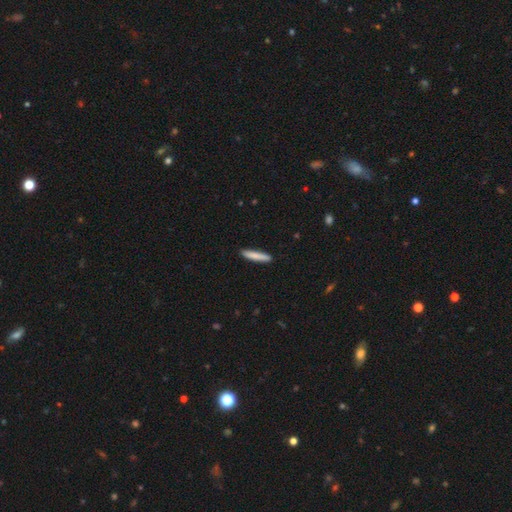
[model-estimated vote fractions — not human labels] Q: Smooth or featured?
A: smooth (83%); runner-up: featured or disk (11%)
Q: How rounded?
A: cigar-shaped (92%); runner-up: in between (6%)
Q: Merging?
A: none (91%); runner-up: minor disturbance (7%)